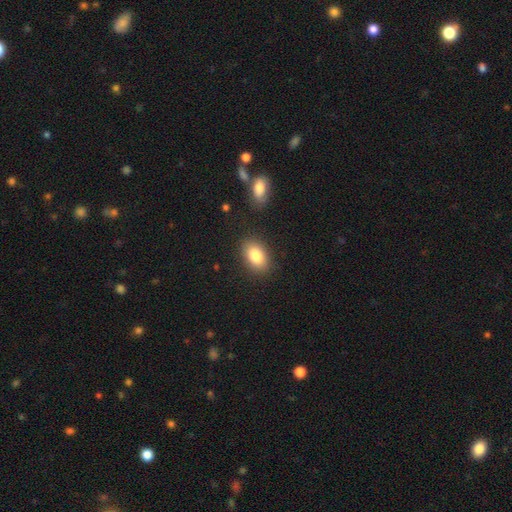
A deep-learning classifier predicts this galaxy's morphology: A smooth galaxy with no disk features (84%) that is in between round and cigar-shaped (86%). Merging: none (86%).